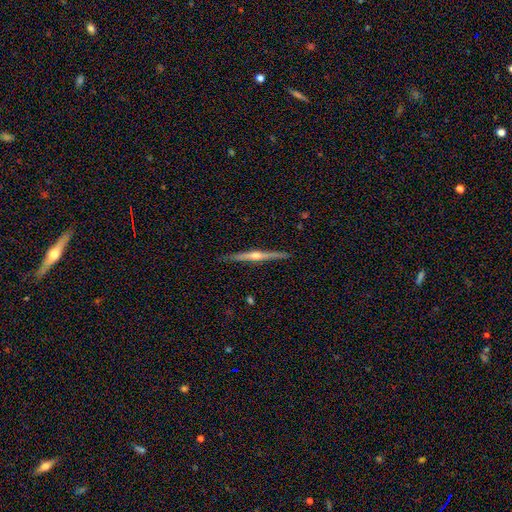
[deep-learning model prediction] A featured or disk galaxy (82%) viewed edge-on (99%) with a rounded central bulge (91%).

Vote fractions:
- Smooth or featured? featured or disk: 82% / smooth: 12% / star or artifact: 5%
- Edge-on disk? yes: 99% / no: 1%
- Edge-on bulge? rounded: 91% / none: 6% / boxy: 3%
- Merging? none: 91% / minor disturbance: 6% / major disturbance: 1% / merger: 1%